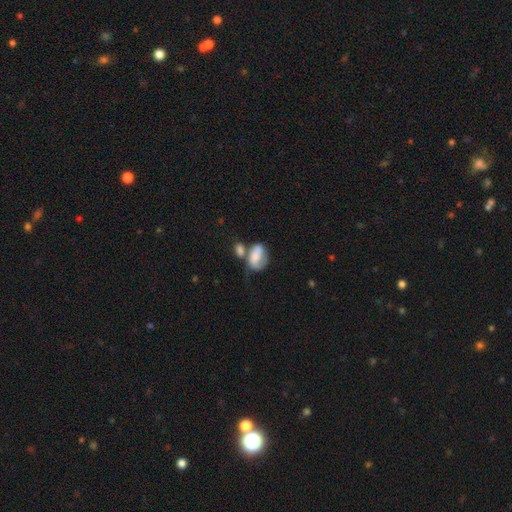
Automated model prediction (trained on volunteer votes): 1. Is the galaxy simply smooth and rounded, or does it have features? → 65% smooth, 27% featured or disk, 8% star or artifact.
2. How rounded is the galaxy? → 86% in between, 12% round, 2% cigar-shaped.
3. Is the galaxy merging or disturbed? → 42% merger, 22% none, 18% minor disturbance, 18% major disturbance.